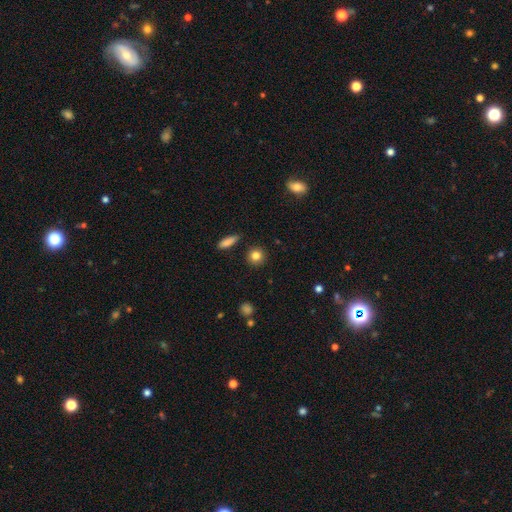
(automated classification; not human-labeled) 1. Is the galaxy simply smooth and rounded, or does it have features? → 84% smooth, 10% star or artifact, 6% featured or disk.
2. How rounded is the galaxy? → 90% round, 8% in between, 2% cigar-shaped.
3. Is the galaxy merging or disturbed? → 90% none, 6% minor disturbance, 2% major disturbance, 2% merger.